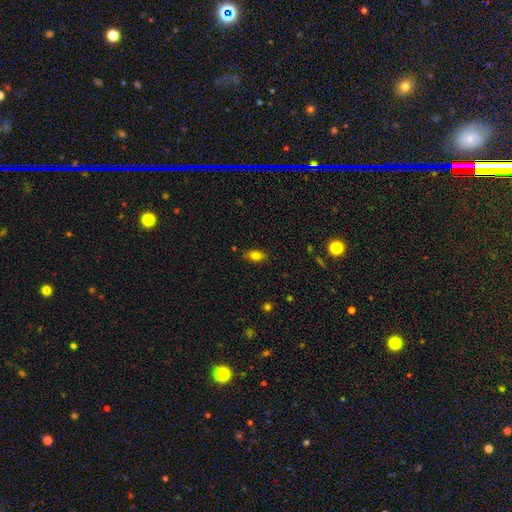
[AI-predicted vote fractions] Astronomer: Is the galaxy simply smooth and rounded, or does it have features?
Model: smooth — 78%.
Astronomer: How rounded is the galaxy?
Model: in between — 83%.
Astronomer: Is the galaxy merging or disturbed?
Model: none — 80%.